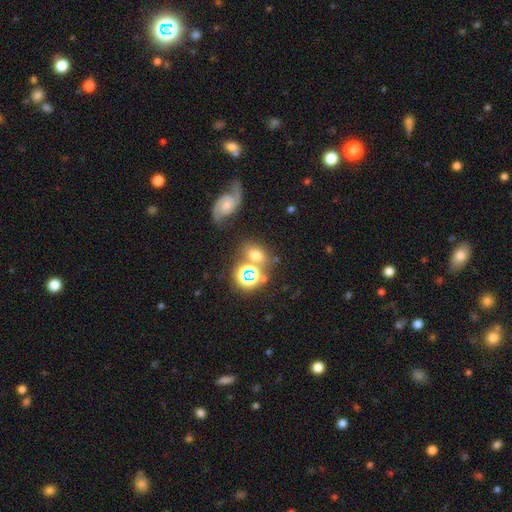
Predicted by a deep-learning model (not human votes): smooth_or_featured: smooth (p=0.59) [alt: star or artifact p=0.23]
how_rounded: in between (p=0.59) [alt: round p=0.39]
merging: none (p=0.62) [alt: merger p=0.19]